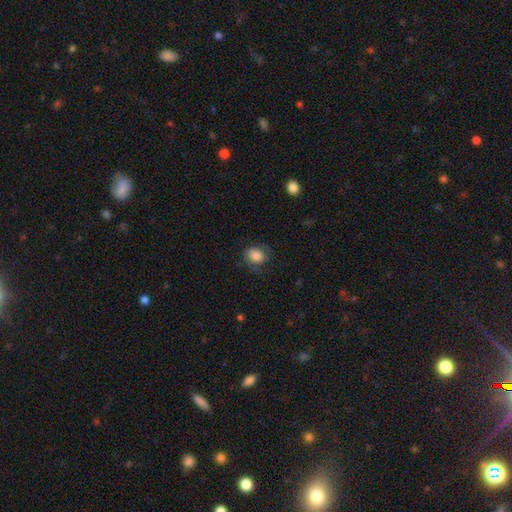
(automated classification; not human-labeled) The model was most divided on "how rounded": in between: 50%, round: 49%, cigar-shaped: 1%. More confident: smooth or featured — smooth (75%); merging — none (61%).